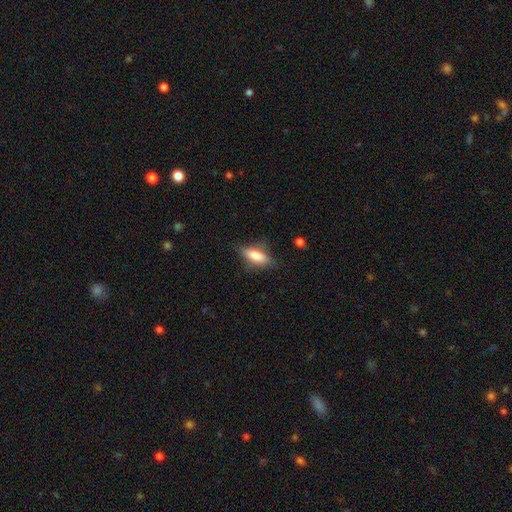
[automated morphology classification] type=smooth (77%); roundness=in between (66%); merging=none (71%).